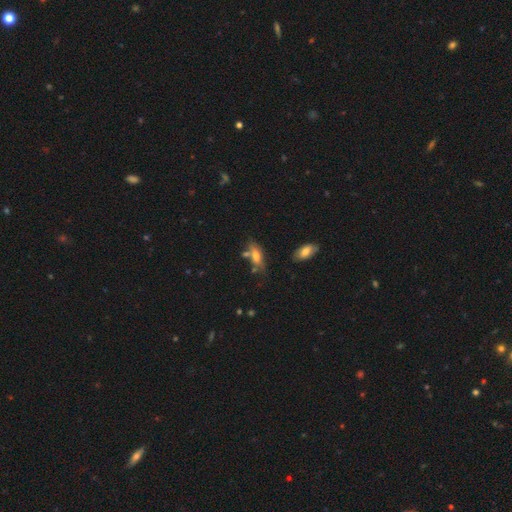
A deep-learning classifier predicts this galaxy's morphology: Q: Smooth or featured?
A: smooth (63%); runner-up: featured or disk (28%)
Q: How rounded?
A: in between (71%); runner-up: cigar-shaped (26%)
Q: Merging?
A: none (53%); runner-up: minor disturbance (22%)